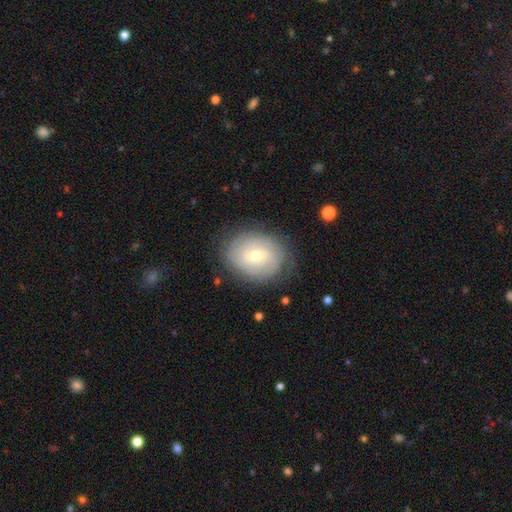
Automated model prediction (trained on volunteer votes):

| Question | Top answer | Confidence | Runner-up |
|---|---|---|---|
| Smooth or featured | featured or disk | 65% | smooth (27%) |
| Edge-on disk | no | 96% | yes (4%) |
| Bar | no | 47% | weak (43%) |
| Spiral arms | yes | 82% | no (18%) |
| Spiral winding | tight | 72% | medium (21%) |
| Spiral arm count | can't tell | 52% | 2 (22%) |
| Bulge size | moderate | 49% | small (48%) |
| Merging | none | 79% | minor disturbance (15%) |